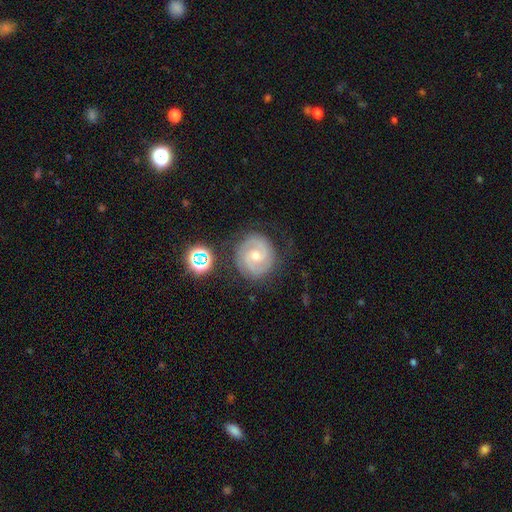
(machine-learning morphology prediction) Q: Smooth or featured?
A: featured or disk (85%); runner-up: star or artifact (8%)
Q: Edge-on disk?
A: no (98%); runner-up: yes (2%)
Q: Bar?
A: no (52%); runner-up: weak (38%)
Q: Spiral arms?
A: yes (98%); runner-up: no (2%)
Q: Spiral winding?
A: tight (69%); runner-up: medium (27%)
Q: Spiral arm count?
A: 2 (84%); runner-up: 3 (6%)
Q: Bulge size?
A: small (48%); tied with: moderate (48%)
Q: Merging?
A: none (81%); runner-up: minor disturbance (13%)